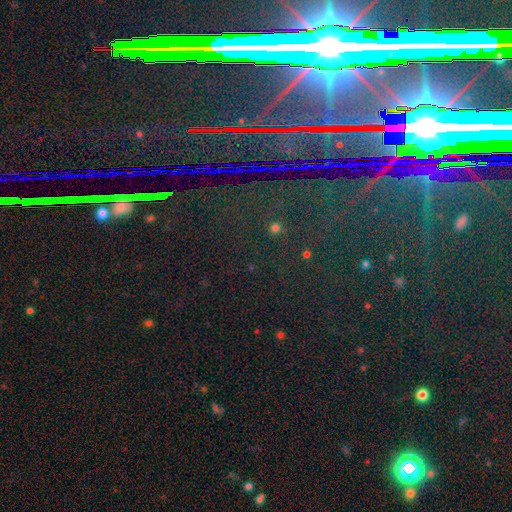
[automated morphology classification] Smooth or featured: star or artifact — 84% (featured or disk — 8%)